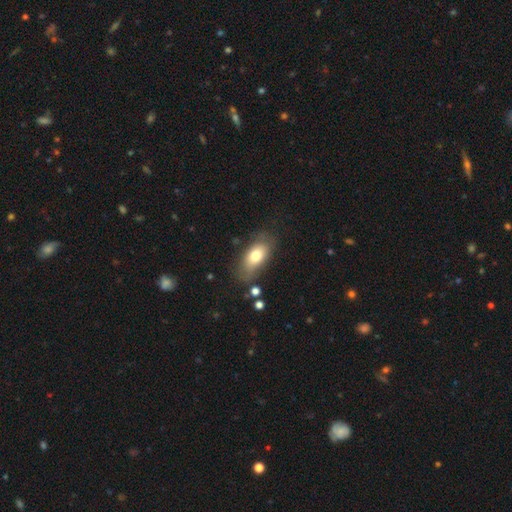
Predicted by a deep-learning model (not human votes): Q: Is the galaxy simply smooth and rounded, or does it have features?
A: smooth — 73%.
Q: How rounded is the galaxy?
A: in between — 89%.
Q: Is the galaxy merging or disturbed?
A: none — 68%.